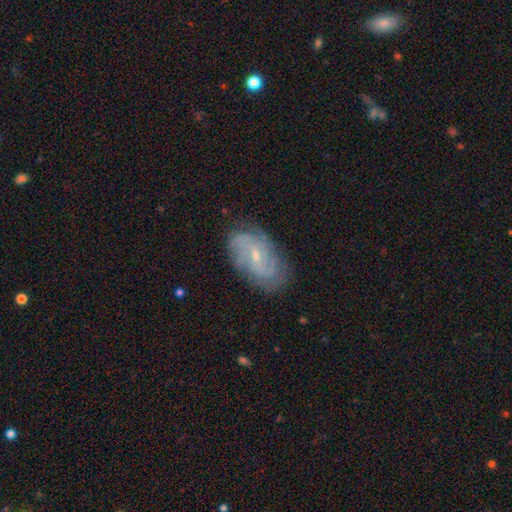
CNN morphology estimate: featured or disk 79%, smooth 14%, star or artifact 7%. Down the decision tree: edge-on disk — no (96%); bar — weak (47%); spiral arms — yes (94%); spiral arm count — 2 (38%); spiral winding — medium (42%); bulge size — small (71%); merging — none (79%).